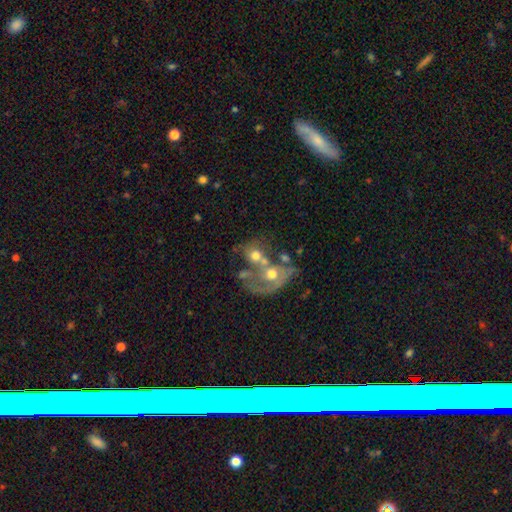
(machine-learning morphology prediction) smooth-or-featured: featured or disk: 48% | smooth: 41% | star or artifact: 11%
  merging: merger: 66% | major disturbance: 14% | none: 12% | minor disturbance: 7%